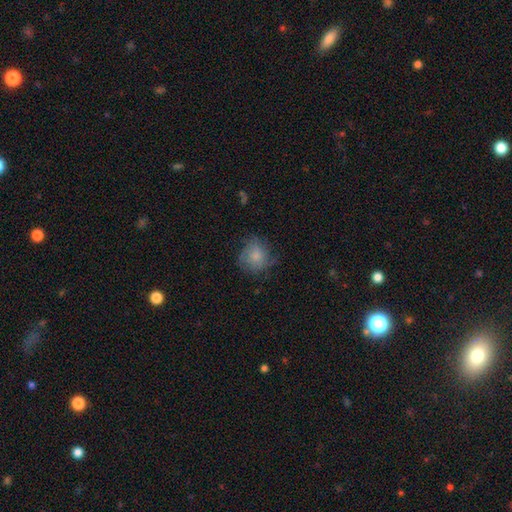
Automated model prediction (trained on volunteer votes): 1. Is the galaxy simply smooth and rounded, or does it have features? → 69% smooth, 22% featured or disk, 9% star or artifact.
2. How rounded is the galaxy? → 82% round, 17% in between, 1% cigar-shaped.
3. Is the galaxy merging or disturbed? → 59% none, 27% minor disturbance, 13% major disturbance, 1% merger.